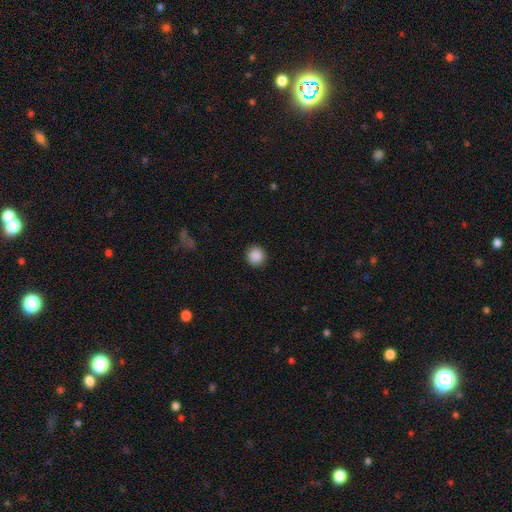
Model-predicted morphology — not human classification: smooth-or-featured: smooth: 88% | star or artifact: 9% | featured or disk: 3%
  how-rounded: round: 93% | in between: 6% | cigar-shaped: 1%
  merging: none: 91% | minor disturbance: 6% | major disturbance: 2% | merger: 1%